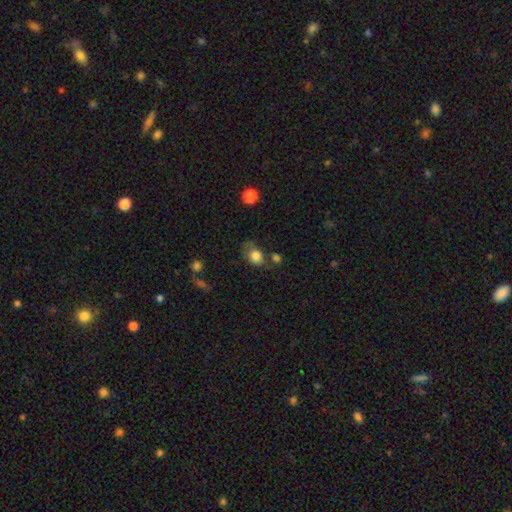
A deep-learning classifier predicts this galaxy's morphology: This is likely a smooth galaxy (80%). How rounded: possibly in between (52%). Merging: possibly none (52%).